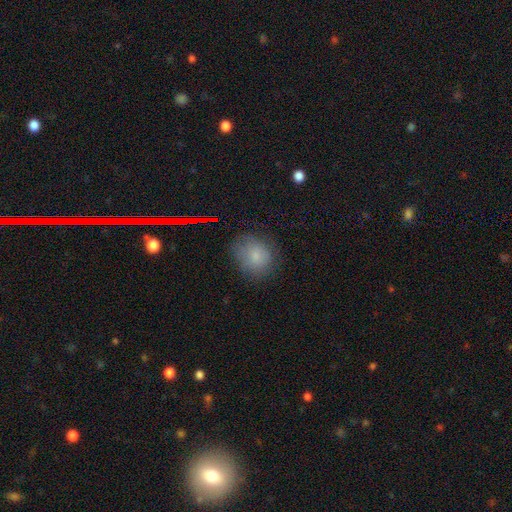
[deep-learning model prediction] Overall: smooth (78%). How rounded: round (70%). Merging: none (73%).